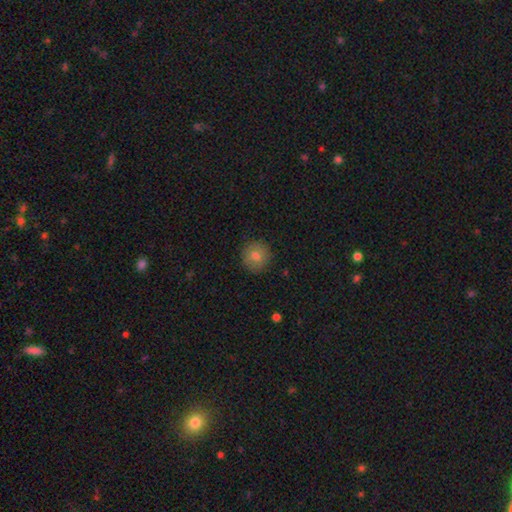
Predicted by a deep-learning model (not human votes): Overall: smooth (76%). How rounded: round (94%). Merging: none (90%).